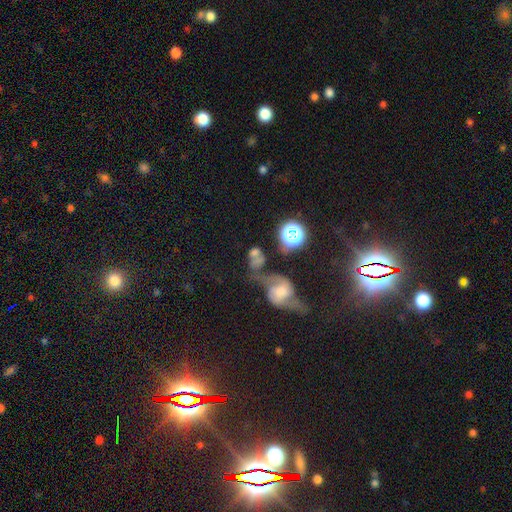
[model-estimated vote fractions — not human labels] Smooth or featured?
  - smooth: 51% *
  - featured or disk: 29%
  - star or artifact: 21%
How rounded?
  - in between: 50% *
  - round: 47%
  - cigar-shaped: 3%
Merging?
  - merger: 46% *
  - none: 26%
  - major disturbance: 16%
  - minor disturbance: 12%